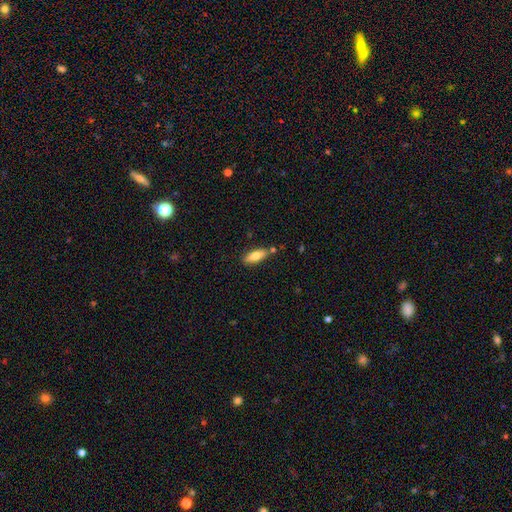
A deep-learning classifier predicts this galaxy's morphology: This appears to be a smooth galaxy with no disk features (74%) that is in between round and cigar-shaped (66%). Merging: none (77%).